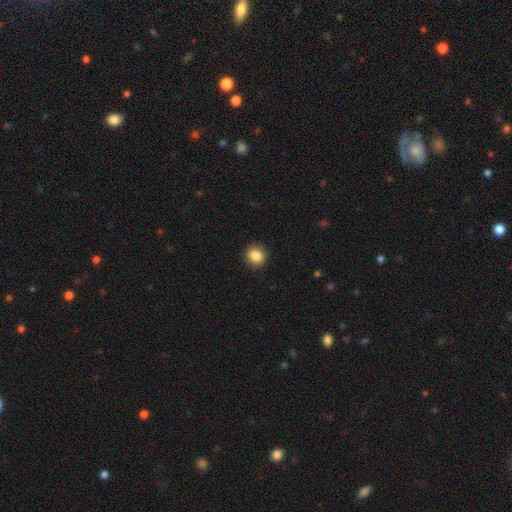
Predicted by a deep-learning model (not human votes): A smooth galaxy with no disk features (86%) that is round (87%).

Vote fractions:
- Smooth or featured? smooth: 86% / star or artifact: 9% / featured or disk: 4%
- How rounded? round: 87% / in between: 12% / cigar-shaped: 1%
- Merging? none: 91% / minor disturbance: 6% / major disturbance: 2% / merger: 1%